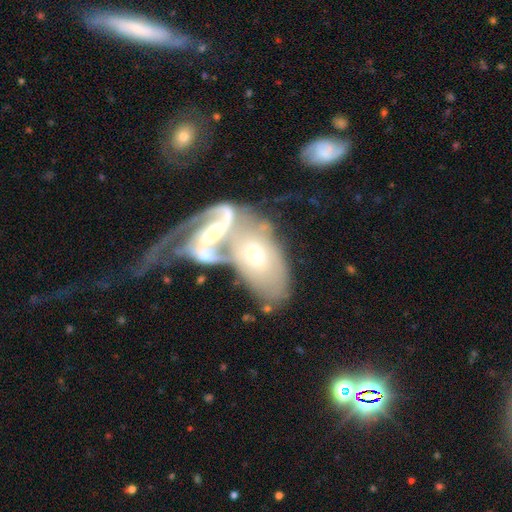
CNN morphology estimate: This appears to be a featured or disk galaxy (59%) with no bar (60%), spiral arms (72%) and a small central bulge (55%). Merging: merger (67%).